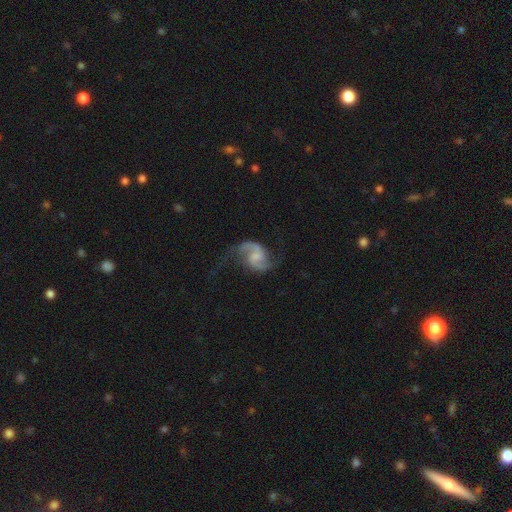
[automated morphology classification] smooth-or-featured: featured or disk: 89% | smooth: 6% | star or artifact: 5%
  disk-edge-on: no: 98% | yes: 2%
    bar: weak: 49% | no: 37% | strong: 13%
    has-spiral-arms: yes: 97% | no: 3%
      spiral-winding: loose: 47% | medium: 44% | tight: 9%
      spiral-arm-count: 2: 93% | can't tell: 2% | 1: 2% | 3: 1% | 4: 1% | more than 4: 1%
    bulge-size: none: 49% | small: 23% | moderate: 21% | large: 6% | dominant: 1%
  merging: none: 67% | minor disturbance: 18% | major disturbance: 13% | merger: 2%